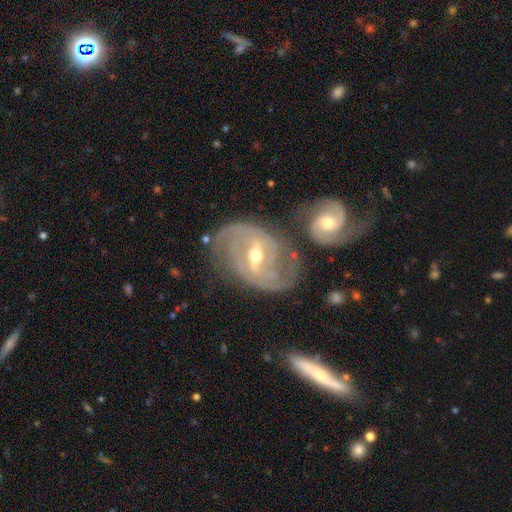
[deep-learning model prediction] A featured or disk galaxy (91%) with a strong bar (52%), 2 (62%) tight (46%) spiral arms (96%) and a moderate central bulge (66%). Merging: none (54%).